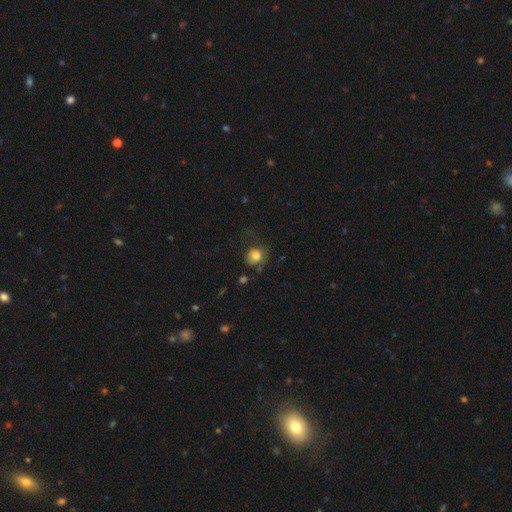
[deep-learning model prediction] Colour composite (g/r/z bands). It shows a smooth galaxy with no disk features (80%) that is round (75%). Merging: none (55%).